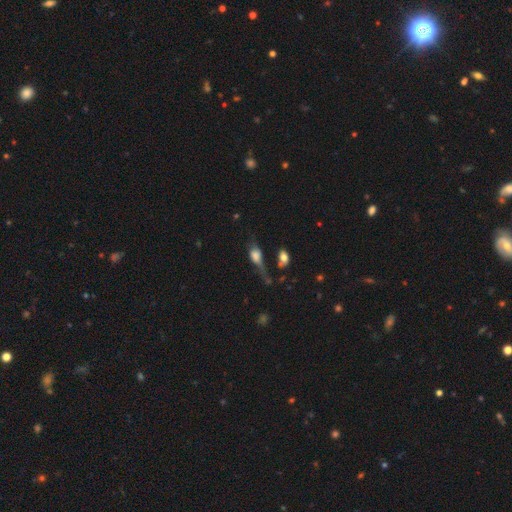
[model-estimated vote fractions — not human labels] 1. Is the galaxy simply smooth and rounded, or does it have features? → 59% smooth, 29% featured or disk, 12% star or artifact.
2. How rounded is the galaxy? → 69% in between, 21% round, 10% cigar-shaped.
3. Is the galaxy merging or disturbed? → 38% major disturbance, 26% none, 22% minor disturbance, 15% merger.